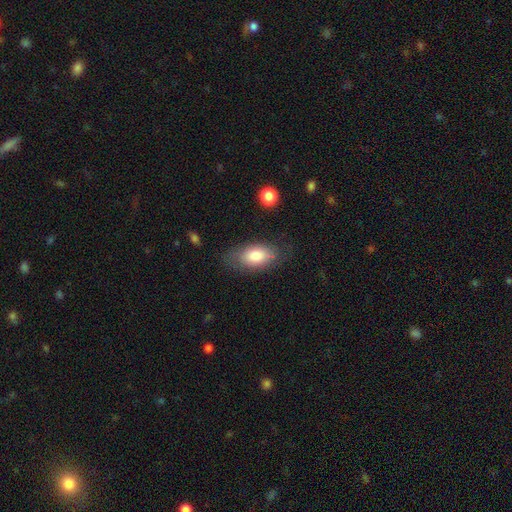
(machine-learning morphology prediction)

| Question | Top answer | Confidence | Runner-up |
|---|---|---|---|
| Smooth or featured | smooth | 80% | featured or disk (13%) |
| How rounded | in between | 90% | cigar-shaped (5%) |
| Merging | none | 72% | minor disturbance (20%) |